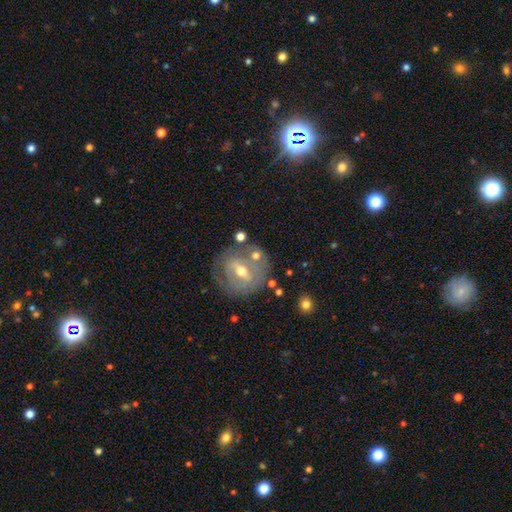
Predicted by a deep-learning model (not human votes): Overall: featured or disk (63%; smooth 28%). Edge-on disk: no (92%). Bar: weak (38%; strong 35%). Spiral arms: no (65%; yes 35%). Bulge size: moderate (69%). Merging: none (61%).